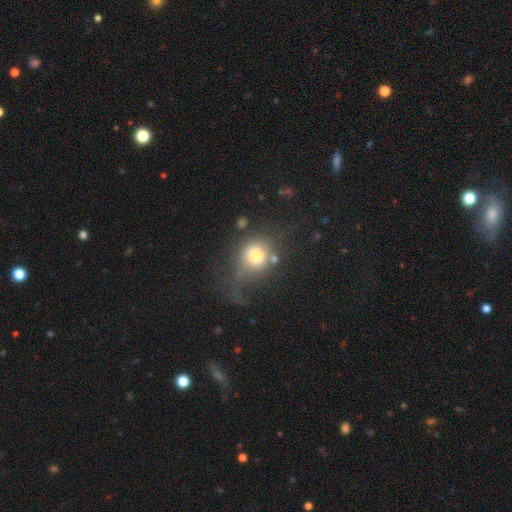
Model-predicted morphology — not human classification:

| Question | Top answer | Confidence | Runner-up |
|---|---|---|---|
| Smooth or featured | smooth | 70% | featured or disk (18%) |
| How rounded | round | 71% | in between (27%) |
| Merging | none | 37% | major disturbance (31%) |